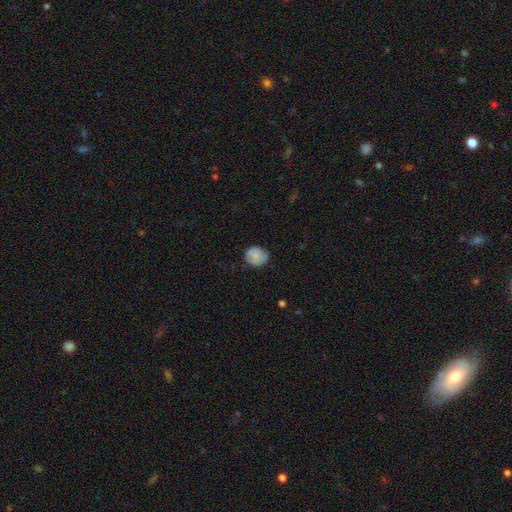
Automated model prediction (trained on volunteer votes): smooth 72%, featured or disk 20%, star or artifact 8%. Down the decision tree: how rounded — round (71%); merging — none (72%).